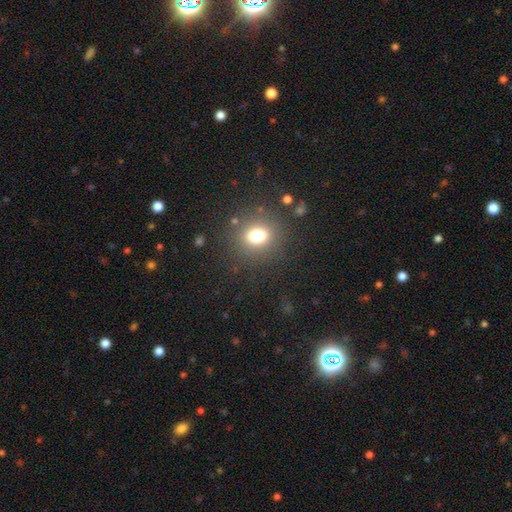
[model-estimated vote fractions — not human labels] smooth 54%, star or artifact 37%, featured or disk 8%. Down the decision tree: how rounded — round (87%); merging — none (88%).